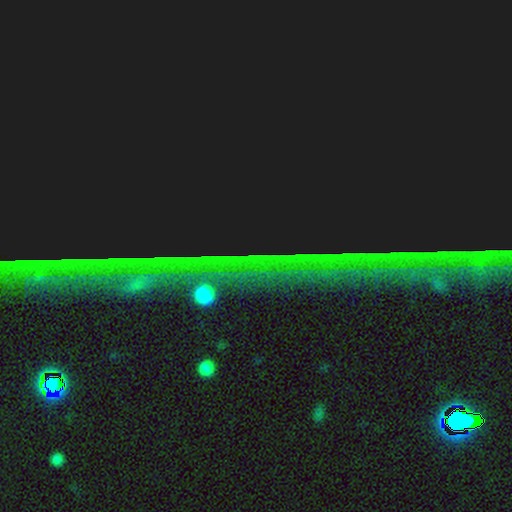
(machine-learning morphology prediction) A star or artifact, not a galaxy (84%).